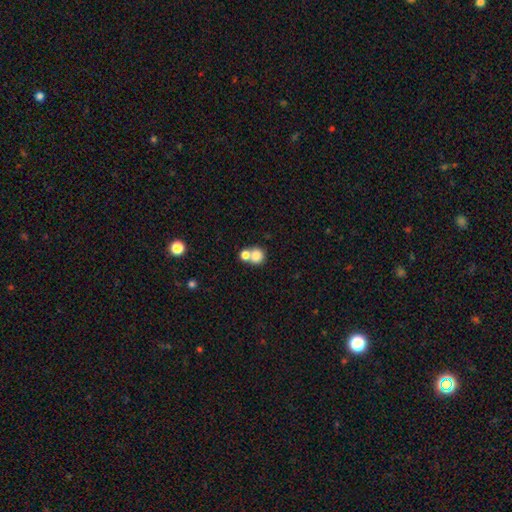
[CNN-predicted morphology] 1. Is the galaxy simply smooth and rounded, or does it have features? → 80% smooth, 10% featured or disk, 10% star or artifact.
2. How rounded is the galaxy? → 83% round, 16% in between, 1% cigar-shaped.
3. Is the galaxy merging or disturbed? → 52% merger, 38% none, 6% minor disturbance, 3% major disturbance.